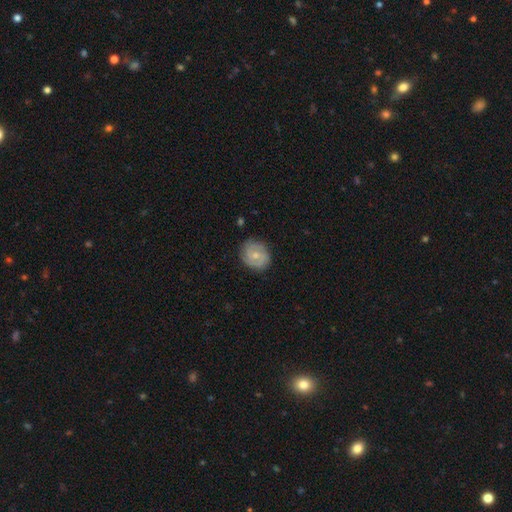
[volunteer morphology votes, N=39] This appears to be a featured or disk galaxy (79%) with no bar (57%), 2 (72%) tight (55%) spiral arms (97%) and a moderate central bulge (57%). Merging: none (77%).